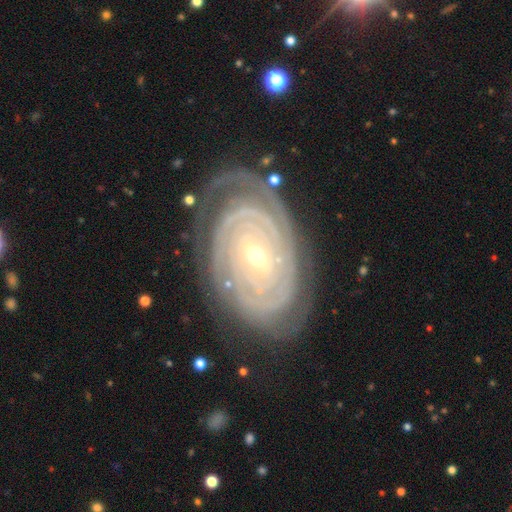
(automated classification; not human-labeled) Smooth or featured? featured or disk (91%)
Edge-on disk? no (96%)
Bar? no (51%)
Spiral arms? yes (98%)
Spiral winding? tight (88%)
Spiral arm count? can't tell (27%)
Bulge size? small (73%)
Merging? none (74%)